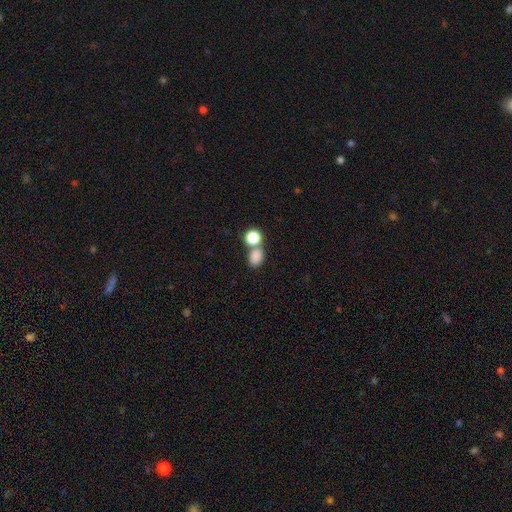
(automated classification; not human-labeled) Morphology: type=smooth (83%); roundness=in between (57%); merging=none (47%).